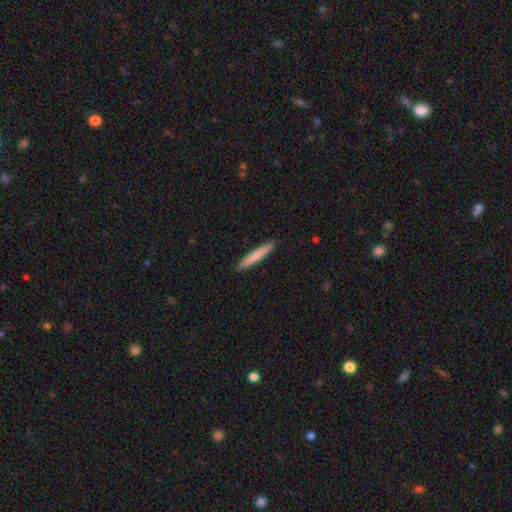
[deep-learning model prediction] Smooth or featured: smooth — 78% (featured or disk — 17%)
How rounded: cigar-shaped — 96% (in between — 3%)
Merging: none — 92% (minor disturbance — 6%)